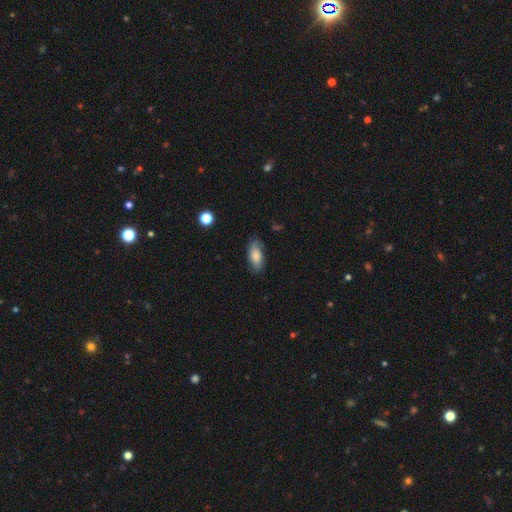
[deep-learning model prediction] smooth 75%, featured or disk 18%, star or artifact 7%. Down the decision tree: how rounded — in between (87%); merging — none (74%).